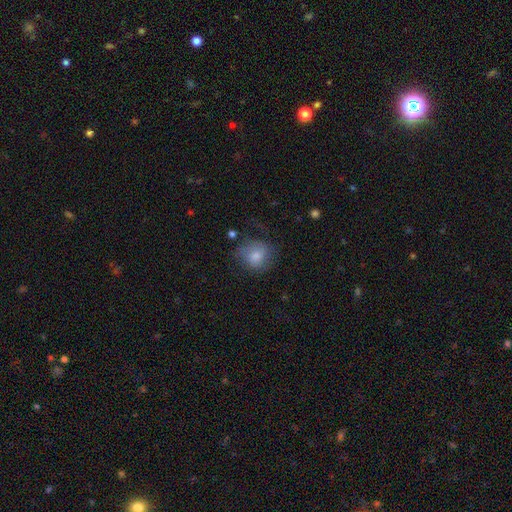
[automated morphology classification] The model was most divided on "merging": none: 53%, minor disturbance: 27%, major disturbance: 18%, merger: 3%. More confident: smooth or featured — smooth (74%); how rounded — round (70%).